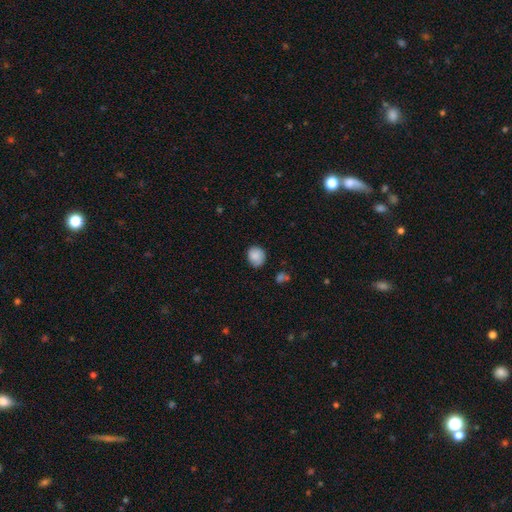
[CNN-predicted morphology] smooth 85%, star or artifact 8%, featured or disk 7%. Down the decision tree: how rounded — round (70%); merging — none (73%).